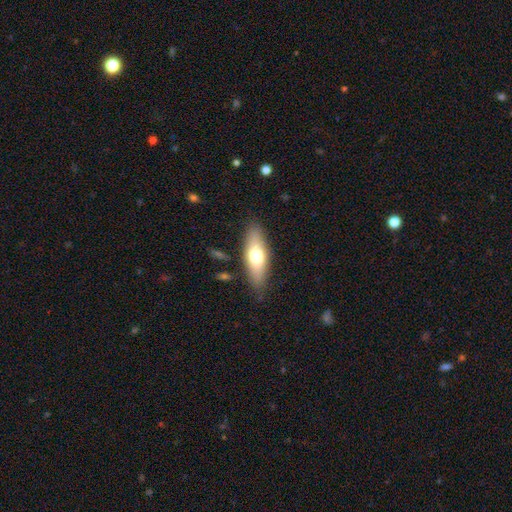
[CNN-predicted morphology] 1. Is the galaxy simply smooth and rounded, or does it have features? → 64% smooth, 30% featured or disk, 6% star or artifact.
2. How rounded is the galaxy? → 58% in between, 39% cigar-shaped, 3% round.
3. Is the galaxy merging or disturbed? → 84% none, 12% minor disturbance, 3% major disturbance, 2% merger.